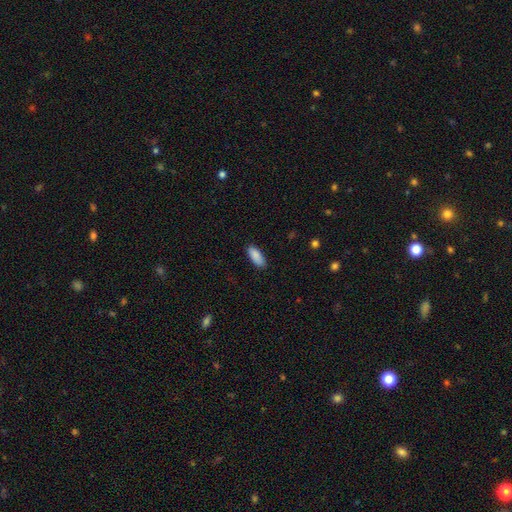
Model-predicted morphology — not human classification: Smooth or featured: smooth — 90% (star or artifact — 6%)
How rounded: in between — 82% (cigar-shaped — 16%)
Merging: none — 87% (minor disturbance — 10%)